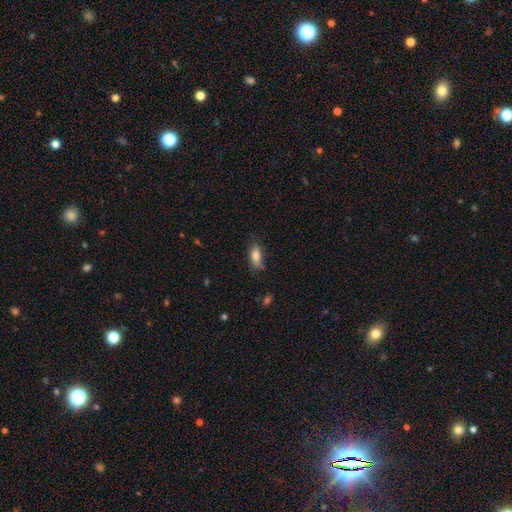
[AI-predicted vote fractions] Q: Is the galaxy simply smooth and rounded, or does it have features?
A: smooth — 82%.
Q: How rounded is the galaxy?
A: in between — 82%.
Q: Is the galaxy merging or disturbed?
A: none — 72%.